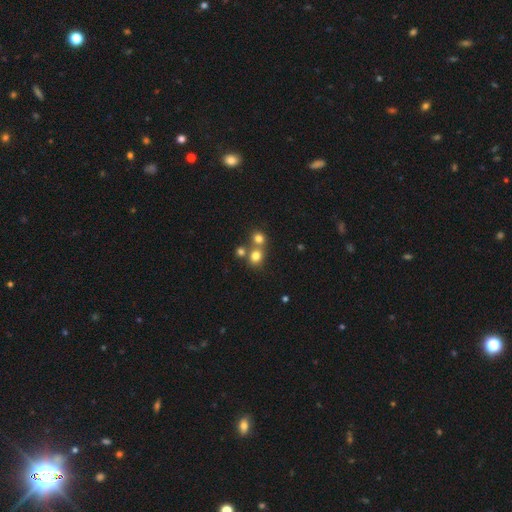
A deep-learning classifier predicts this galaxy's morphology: This is likely a smooth galaxy (76%). How rounded: likely round (78%). Merging: possibly none (50%).